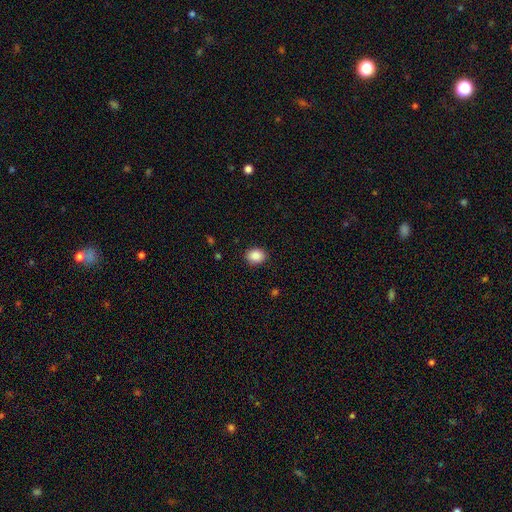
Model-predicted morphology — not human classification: Smooth or featured?
  - smooth: 88% *
  - star or artifact: 8%
  - featured or disk: 3%
How rounded?
  - in between: 51% *
  - round: 48%
  - cigar-shaped: 1%
Merging?
  - none: 89% *
  - minor disturbance: 8%
  - major disturbance: 2%
  - merger: 1%